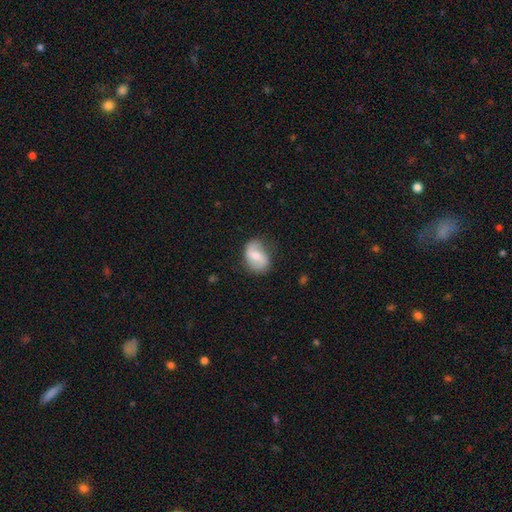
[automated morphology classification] A featured or disk galaxy (56%) with a weak bar (47%), spiral arms (84%) and a moderate central bulge (59%).

Vote fractions:
- Smooth or featured? featured or disk: 56% / smooth: 38% / star or artifact: 6%
- Edge-on disk? no: 97% / yes: 3%
- Bar? weak: 47% / no: 34% / strong: 19%
- Spiral arms? yes: 84% / no: 16%
- Bulge size? moderate: 59% / small: 33% / large: 4% / none: 3% / dominant: 1%
- Merging? none: 73% / minor disturbance: 20% / major disturbance: 6% / merger: 1%